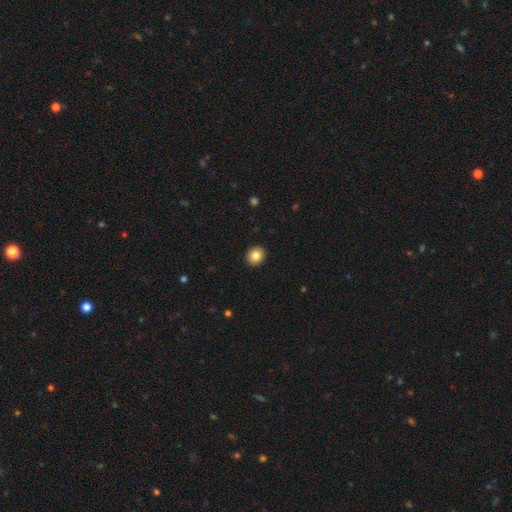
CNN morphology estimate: This appears to be a smooth galaxy with no disk features (84%) that is round (77%). Merging: none (93%).